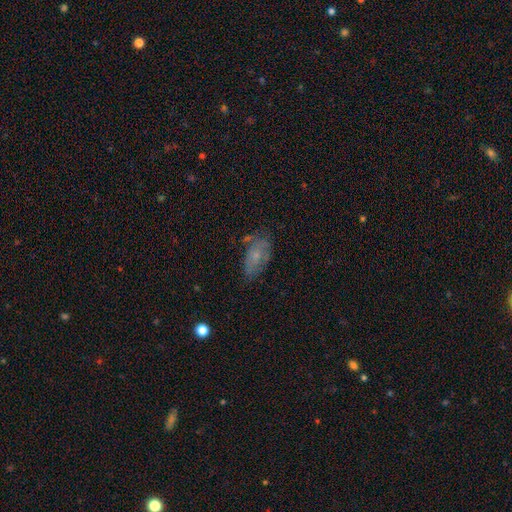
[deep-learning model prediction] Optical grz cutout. It shows a smooth galaxy with no disk features (50%). Merging: none (53%).